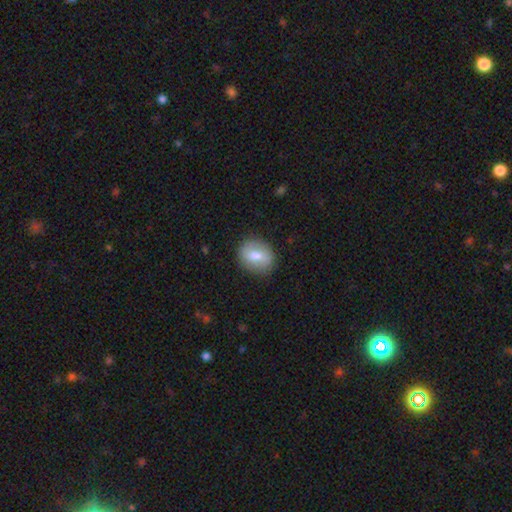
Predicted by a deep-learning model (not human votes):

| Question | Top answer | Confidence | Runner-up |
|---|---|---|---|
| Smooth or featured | smooth | 67% | featured or disk (26%) |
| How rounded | round | 55% | in between (44%) |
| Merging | none | 83% | minor disturbance (12%) |